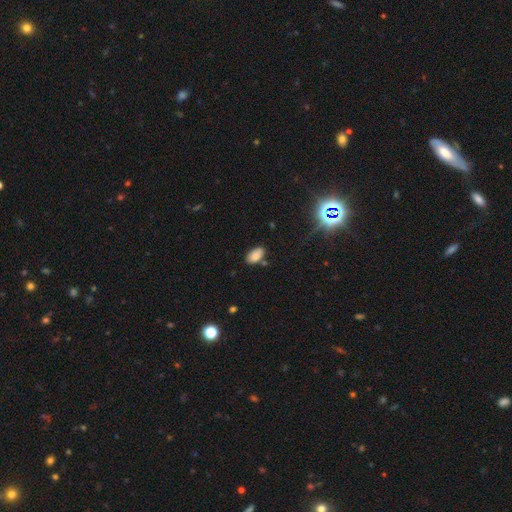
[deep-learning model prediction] Smooth or featured? Predicted: smooth (p=0.79). How rounded? Predicted: in between (p=0.94). Merging? Predicted: none (p=0.76).